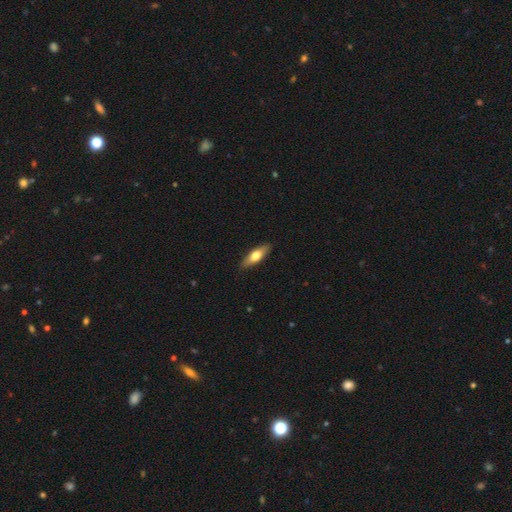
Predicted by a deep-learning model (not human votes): Q: Smooth or featured?
A: smooth (60%); runner-up: featured or disk (35%)
Q: How rounded?
A: in between (53%); runner-up: cigar-shaped (45%)
Q: Merging?
A: none (88%); runner-up: minor disturbance (9%)